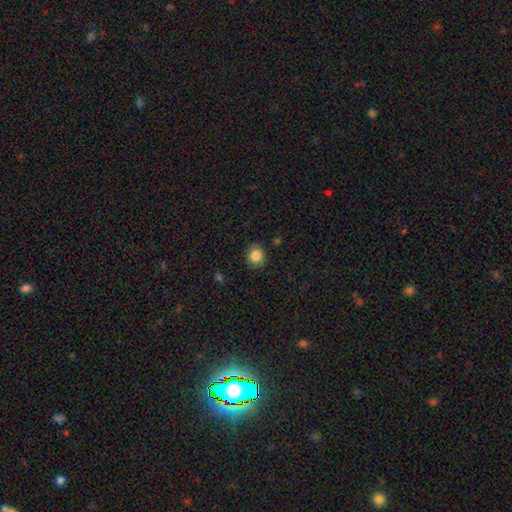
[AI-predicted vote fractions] Q: Smooth or featured?
A: smooth (85%); runner-up: star or artifact (10%)
Q: How rounded?
A: round (80%); runner-up: in between (19%)
Q: Merging?
A: none (88%); runner-up: minor disturbance (9%)